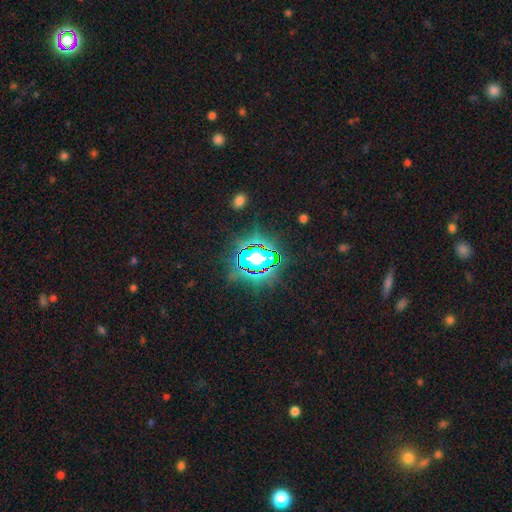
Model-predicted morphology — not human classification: A star or artifact, not a galaxy (80%).

Vote fractions:
- Smooth or featured? star or artifact: 80% / smooth: 12% / featured or disk: 8%